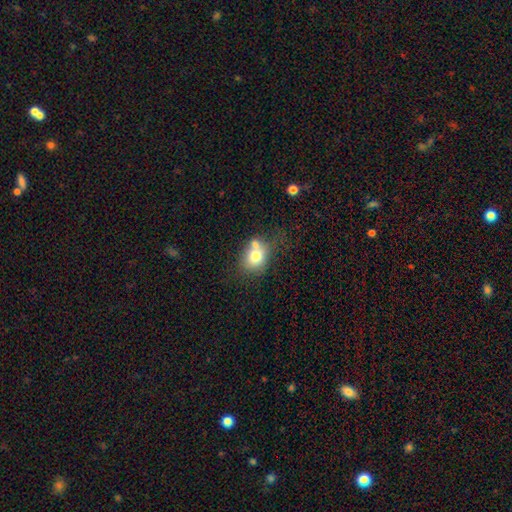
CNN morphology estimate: This appears to be a smooth galaxy with no disk features (72%) that is round (55%). Merging: none (43%).